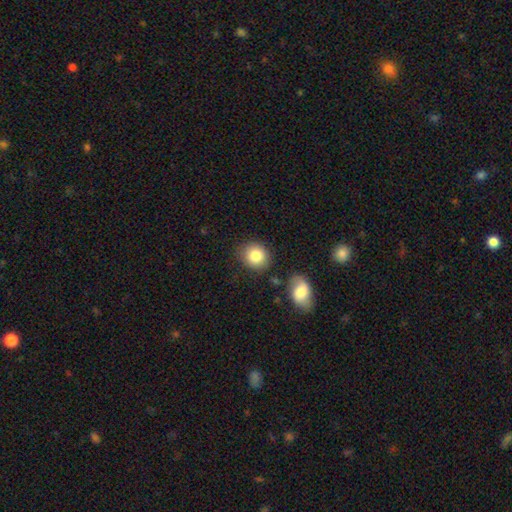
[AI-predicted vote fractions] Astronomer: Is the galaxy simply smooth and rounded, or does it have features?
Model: smooth — 84%.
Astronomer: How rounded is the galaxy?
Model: round — 77%.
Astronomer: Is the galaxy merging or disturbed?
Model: none — 80%.